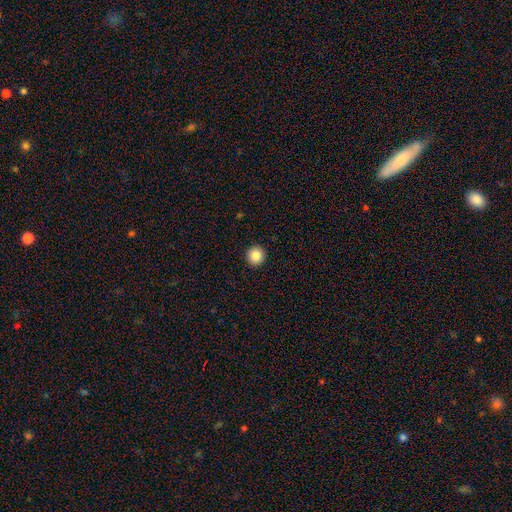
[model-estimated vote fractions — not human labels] Morphology: type=smooth (85%); roundness=round (95%); merging=none (94%).